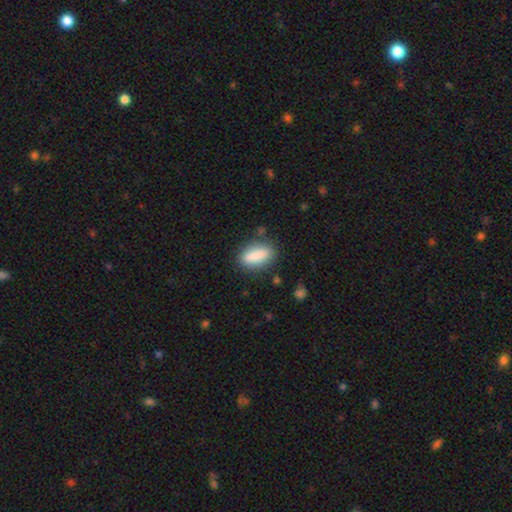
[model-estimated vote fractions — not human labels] Smooth or featured: smooth — 84% (featured or disk — 9%)
How rounded: in between — 73% (cigar-shaped — 22%)
Merging: none — 79% (minor disturbance — 13%)